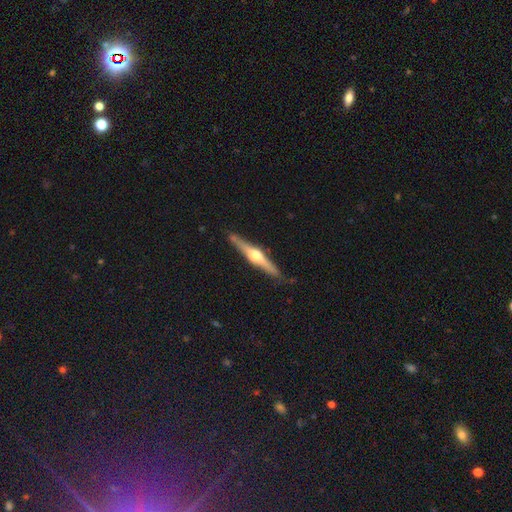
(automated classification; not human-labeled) smooth-or-featured: featured or disk: 76% | smooth: 19% | star or artifact: 5%
  disk-edge-on: yes: 98% | no: 2%
    edge-on-bulge: rounded: 94% | boxy: 4% | none: 2%
  merging: none: 86% | minor disturbance: 10% | merger: 2% | major disturbance: 2%